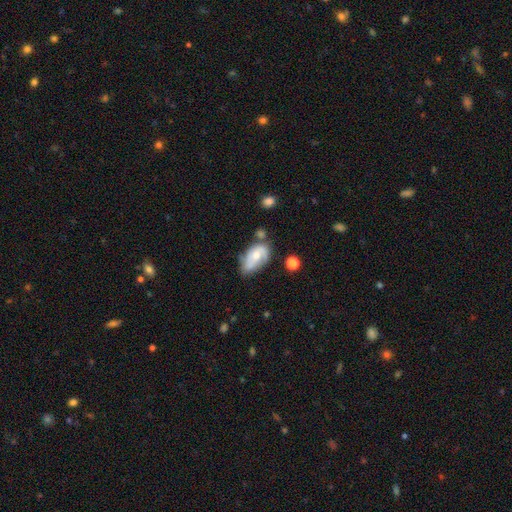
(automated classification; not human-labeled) featured or disk 54%, smooth 39%, star or artifact 7%. Down the decision tree: edge-on disk — no (95%); bar — no (64%); spiral arms — yes (78%); bulge size — moderate (56%); merging — none (44%).